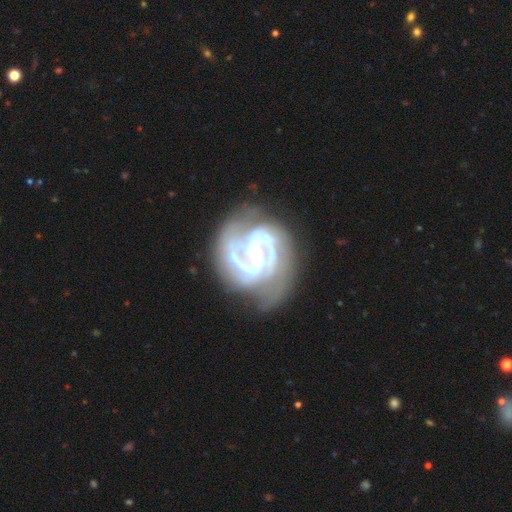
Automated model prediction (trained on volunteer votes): Q: Smooth or featured?
A: featured or disk (92%); runner-up: star or artifact (5%)
Q: Edge-on disk?
A: no (98%); runner-up: yes (2%)
Q: Bar?
A: no (42%); runner-up: weak (35%)
Q: Spiral arms?
A: yes (97%); runner-up: no (3%)
Q: Spiral winding?
A: medium (46%); runner-up: tight (45%)
Q: Spiral arm count?
A: 2 (59%); runner-up: 3 (21%)
Q: Bulge size?
A: moderate (52%); runner-up: small (44%)
Q: Merging?
A: none (63%); runner-up: minor disturbance (21%)